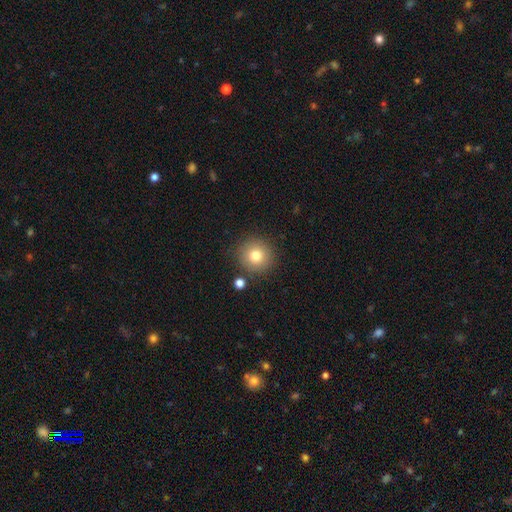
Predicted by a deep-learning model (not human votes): Smooth or featured? Predicted: smooth (p=0.78). How rounded? Predicted: round (p=0.94). Merging? Predicted: none (p=0.86).